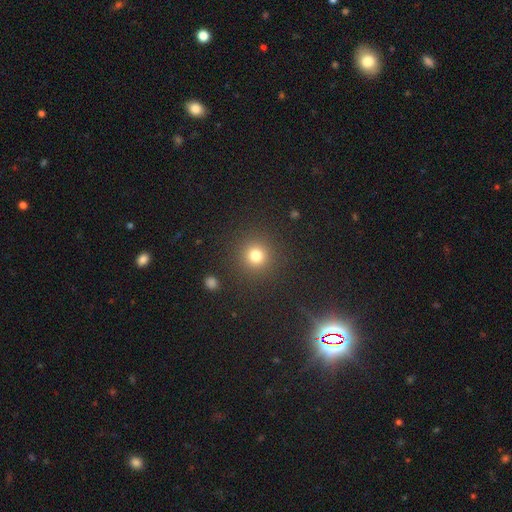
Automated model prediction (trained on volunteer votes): smooth 78%, star or artifact 16%, featured or disk 6%. Down the decision tree: how rounded — round (94%); merging — none (90%).